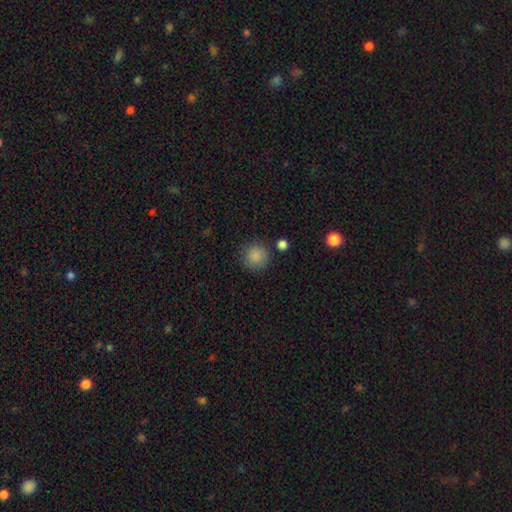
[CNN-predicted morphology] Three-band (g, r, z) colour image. It shows a smooth galaxy with no disk features (86%) that is round (94%). Merging: none (83%).